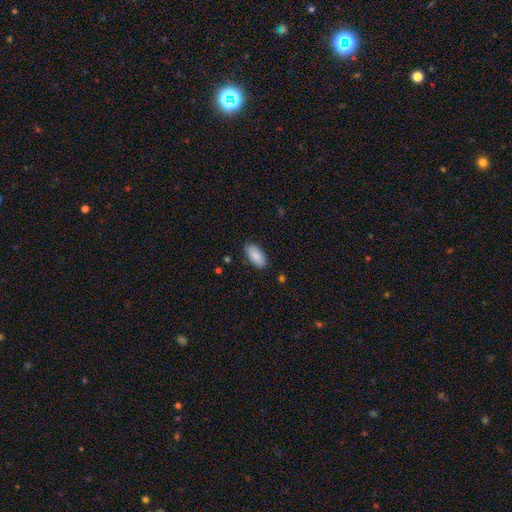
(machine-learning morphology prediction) This appears to be a smooth galaxy with no disk features (88%) that is in between round and cigar-shaped (91%). Merging: none (86%).